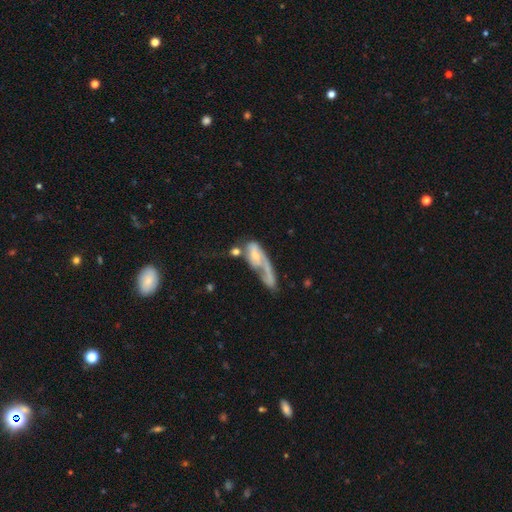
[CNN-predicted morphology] A featured or disk galaxy (63%) with no bar (70%), spiral arms (62%) and a small central bulge (53%). Merging: major disturbance (33%, tied with merger).